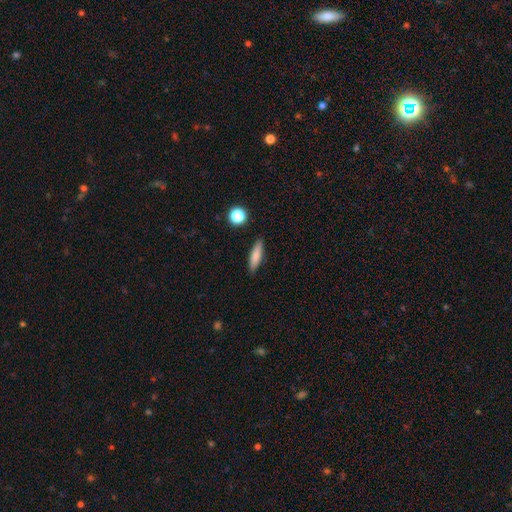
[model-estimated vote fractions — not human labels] A smooth galaxy with no disk features (81%) that is cigar-shaped (68%). Merging: none (88%).